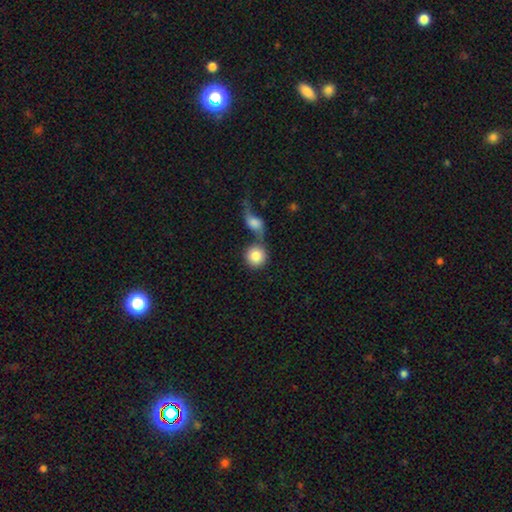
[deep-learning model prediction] Smooth or featured: smooth — 83% (featured or disk — 11%)
How rounded: round — 91% (in between — 8%)
Merging: none — 46% (merger — 40%)